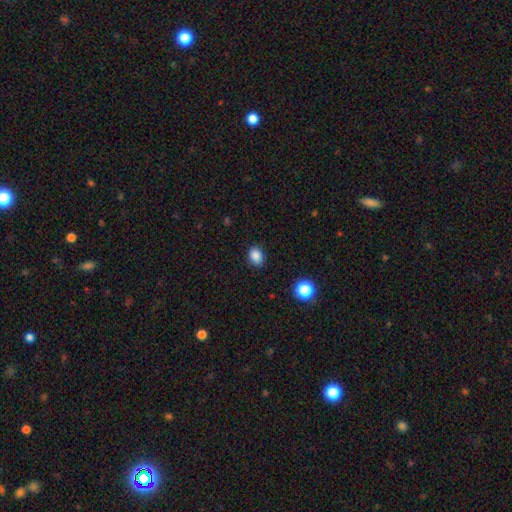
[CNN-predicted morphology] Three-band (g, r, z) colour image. It shows a smooth galaxy with no disk features (86%) that is in between round and cigar-shaped (60%). Merging: none (87%).